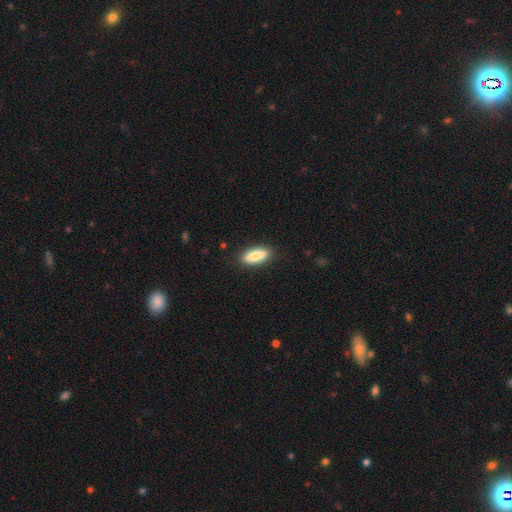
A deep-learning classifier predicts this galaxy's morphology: The model was most divided on "how rounded": in between: 59%, cigar-shaped: 39%, round: 2%. More confident: merging — none (87%); smooth or featured — smooth (83%).